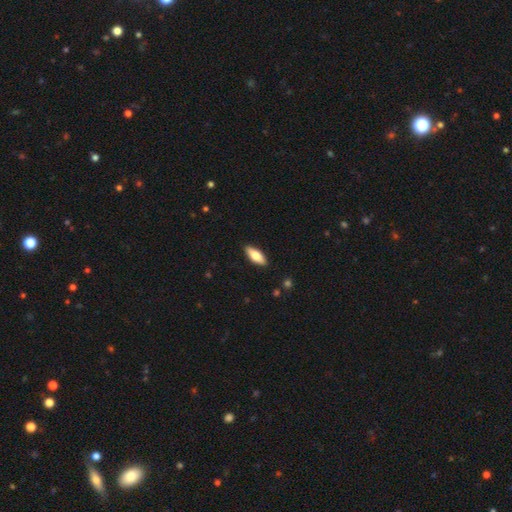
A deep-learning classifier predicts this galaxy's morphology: Smooth or featured?
  - smooth: 70% *
  - featured or disk: 25%
  - star or artifact: 6%
How rounded?
  - in between: 71% *
  - cigar-shaped: 26%
  - round: 2%
Merging?
  - none: 90% *
  - minor disturbance: 7%
  - major disturbance: 2%
  - merger: 1%